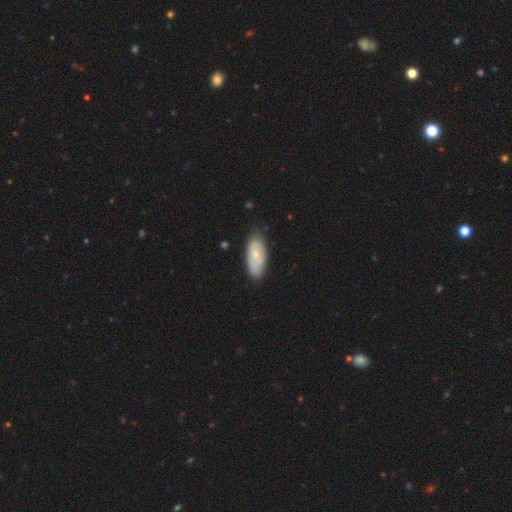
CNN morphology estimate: smooth_or_featured: smooth (p=0.61) [alt: featured or disk p=0.34]
how_rounded: in between (p=0.85) [alt: cigar-shaped p=0.13]
merging: none (p=0.75) [alt: minor disturbance p=0.20]